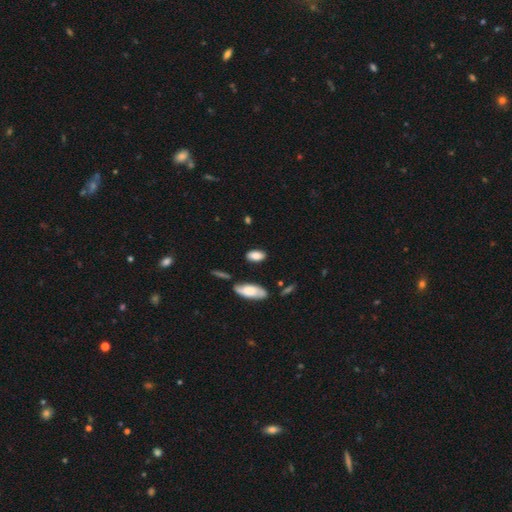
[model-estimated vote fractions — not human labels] A smooth galaxy with no disk features (83%) that is in between round and cigar-shaped (89%).

Vote fractions:
- Smooth or featured? smooth: 83% / featured or disk: 10% / star or artifact: 7%
- How rounded? in between: 89% / cigar-shaped: 7% / round: 4%
- Merging? none: 79% / minor disturbance: 13% / merger: 4% / major disturbance: 3%